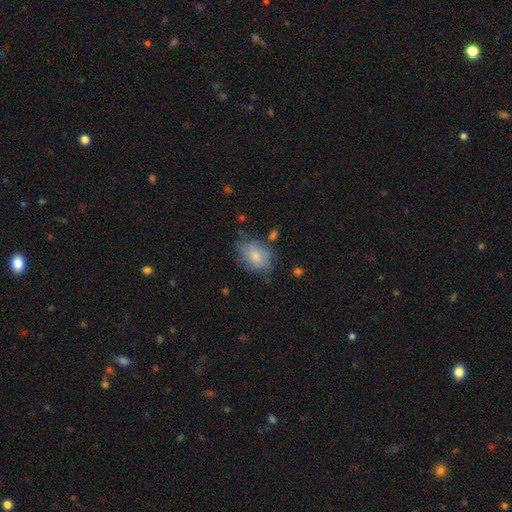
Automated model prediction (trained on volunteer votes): Smooth or featured? Predicted: smooth (p=0.67). How rounded? Predicted: in between (p=0.78). Merging? Predicted: none (p=0.57).